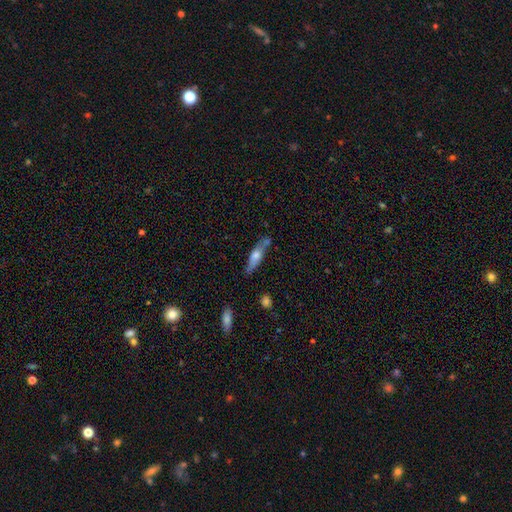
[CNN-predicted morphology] Q: Smooth or featured?
A: smooth (55%); runner-up: featured or disk (38%)
Q: How rounded?
A: cigar-shaped (66%); runner-up: in between (32%)
Q: Merging?
A: none (64%); runner-up: minor disturbance (21%)